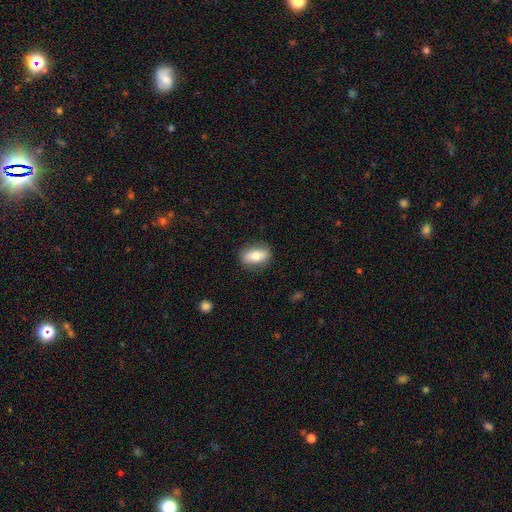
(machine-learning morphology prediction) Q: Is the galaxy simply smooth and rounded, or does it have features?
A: smooth — 70%.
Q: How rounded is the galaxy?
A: in between — 81%.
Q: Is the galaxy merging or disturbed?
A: none — 85%.